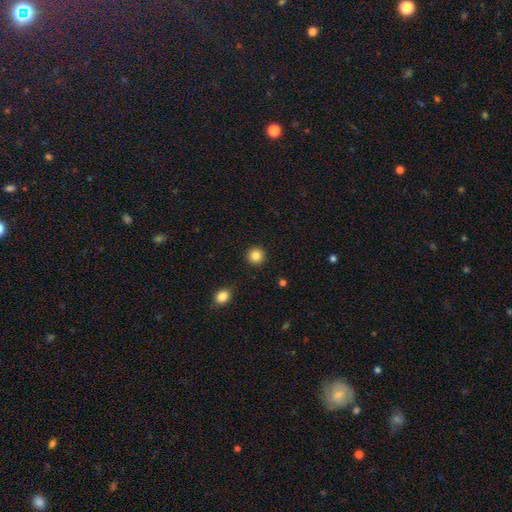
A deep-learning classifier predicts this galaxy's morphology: type=smooth (85%); roundness=round (94%); merging=none (92%).